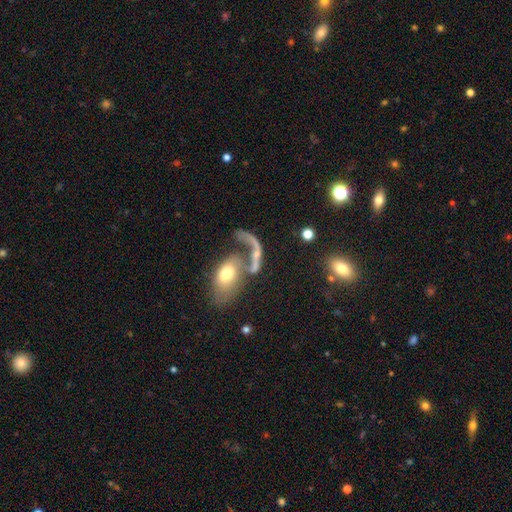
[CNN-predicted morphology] smooth_or_featured: featured or disk (p=0.47) [alt: smooth p=0.40]
merging: merger (p=0.45) [alt: major disturbance p=0.26]